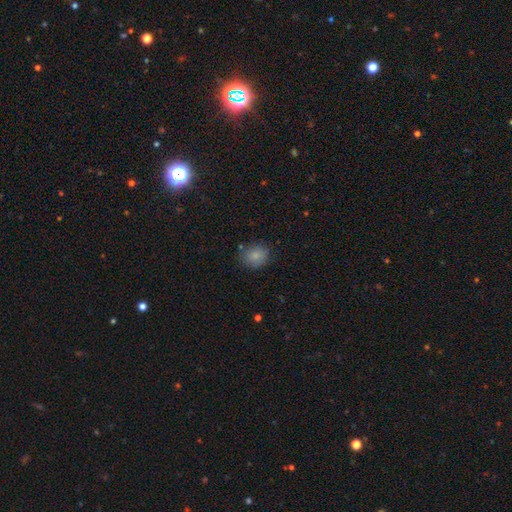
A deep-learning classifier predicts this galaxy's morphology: smooth 83%, star or artifact 10%, featured or disk 7%. Down the decision tree: how rounded — round (65%); merging — none (79%).